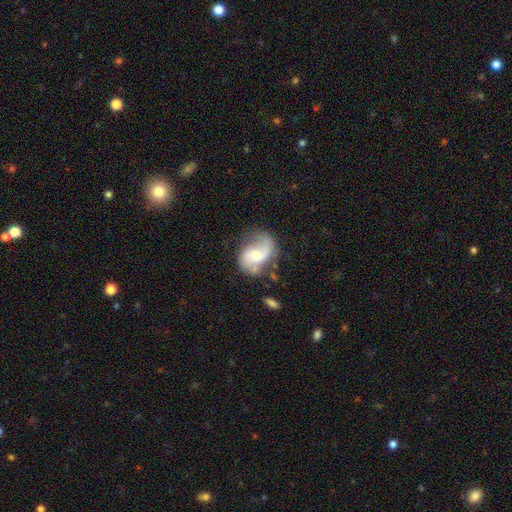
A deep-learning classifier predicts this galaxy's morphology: A featured or disk galaxy (77%) with no bar (52%), 2 (77%) loose (48%) spiral arms (93%) and a moderate central bulge (51%). Merging: none (56%).